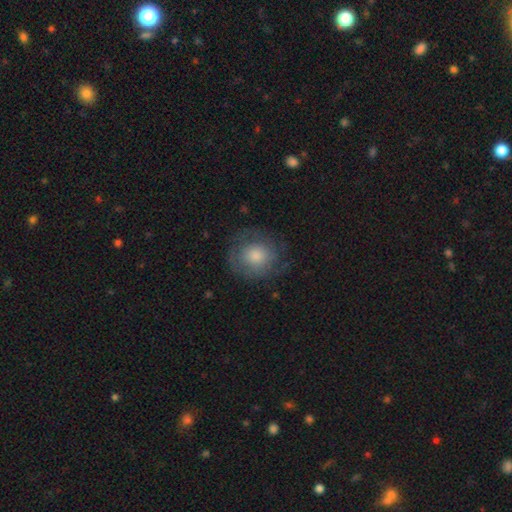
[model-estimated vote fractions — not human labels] smooth_or_featured: smooth (p=0.56) [alt: featured or disk p=0.34]
how_rounded: round (p=0.86) [alt: in between p=0.13]
merging: none (p=0.74) [alt: minor disturbance p=0.16]